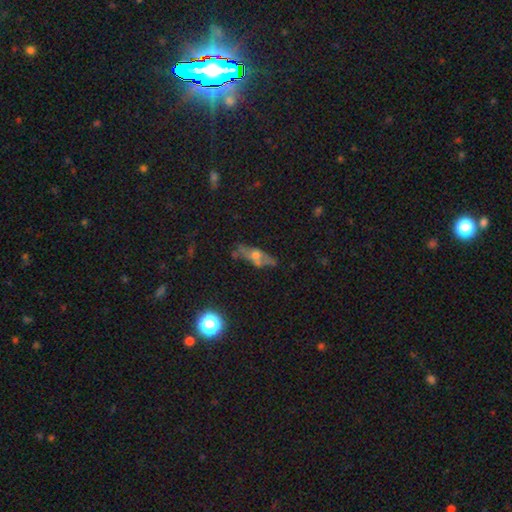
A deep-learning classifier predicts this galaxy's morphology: Smooth or featured? featured or disk (52%)
Edge-on disk? yes (60%)
Merging? none (64%)